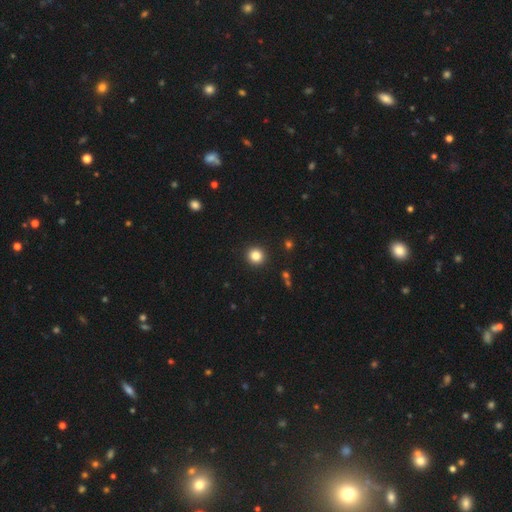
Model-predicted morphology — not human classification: Smooth or featured: smooth — 83% (star or artifact — 12%)
How rounded: round — 94% (in between — 5%)
Merging: none — 92% (minor disturbance — 5%)